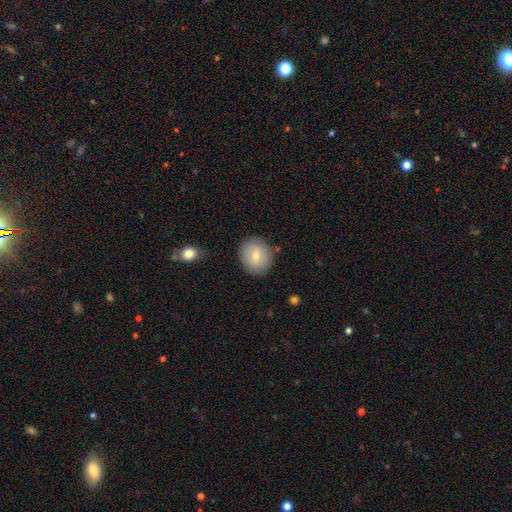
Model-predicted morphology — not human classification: Smooth or featured?
  - smooth: 72% *
  - featured or disk: 19%
  - star or artifact: 10%
How rounded?
  - round: 82% *
  - in between: 17%
  - cigar-shaped: 1%
Merging?
  - none: 86% *
  - minor disturbance: 10%
  - major disturbance: 3%
  - merger: 2%